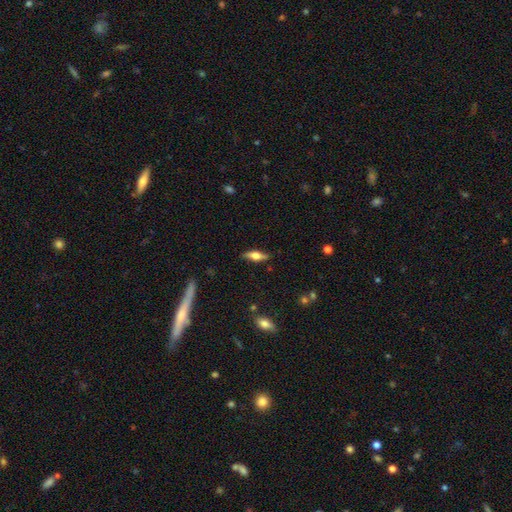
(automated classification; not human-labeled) A featured or disk galaxy (55%) viewed edge-on (92%) with a rounded central bulge (91%).

Vote fractions:
- Smooth or featured? featured or disk: 55% / smooth: 38% / star or artifact: 7%
- Edge-on disk? yes: 92% / no: 8%
- Edge-on bulge? rounded: 91% / boxy: 7% / none: 2%
- Merging? none: 84% / minor disturbance: 11% / major disturbance: 3% / merger: 1%